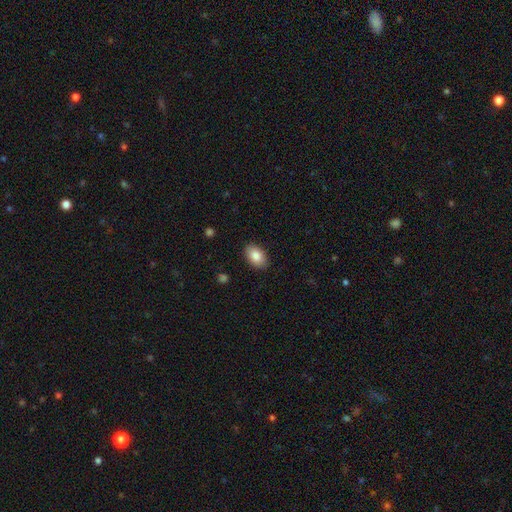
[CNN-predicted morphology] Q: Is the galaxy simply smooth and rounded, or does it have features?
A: smooth — 86%.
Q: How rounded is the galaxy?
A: in between — 90%.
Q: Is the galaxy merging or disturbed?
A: none — 88%.